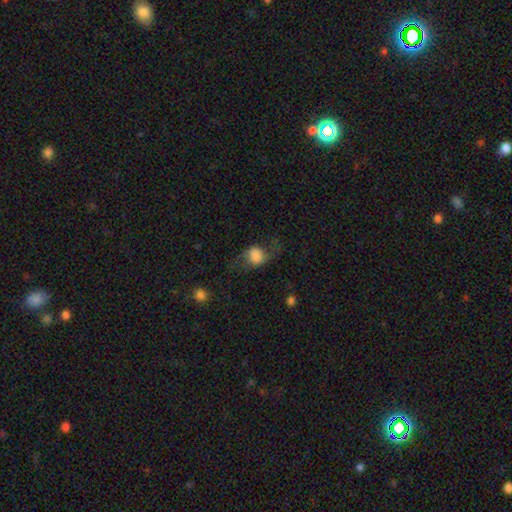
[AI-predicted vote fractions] This is possibly a smooth galaxy (51%). How rounded: likely round (63%). Merging: possibly none (56%).